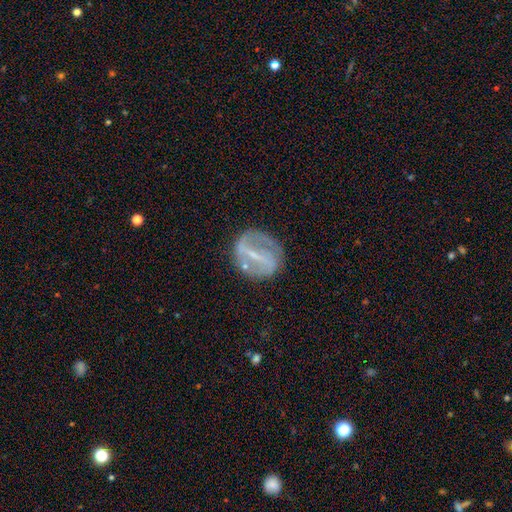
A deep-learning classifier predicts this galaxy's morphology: Smooth or featured?
  - featured or disk: 76% *
  - smooth: 16%
  - star or artifact: 7%
Edge-on disk?
  - no: 94% *
  - yes: 6%
Bar?
  - strong: 71% *
  - weak: 21%
  - no: 8%
Spiral arms?
  - yes: 62% *
  - no: 38%
Bulge size?
  - small: 63% *
  - none: 20%
  - moderate: 14%
  - large: 1%
  - dominant: 1%
Merging?
  - none: 70% *
  - minor disturbance: 17%
  - major disturbance: 9%
  - merger: 3%